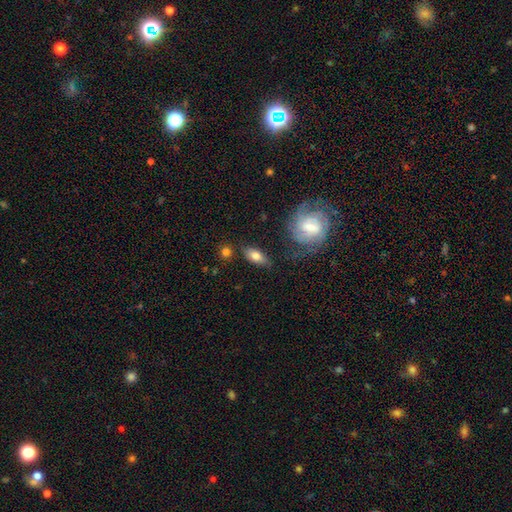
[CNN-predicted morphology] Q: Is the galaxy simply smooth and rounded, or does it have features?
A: smooth — 73%.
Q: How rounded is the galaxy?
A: in between — 83%.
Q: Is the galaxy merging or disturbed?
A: none — 76%.